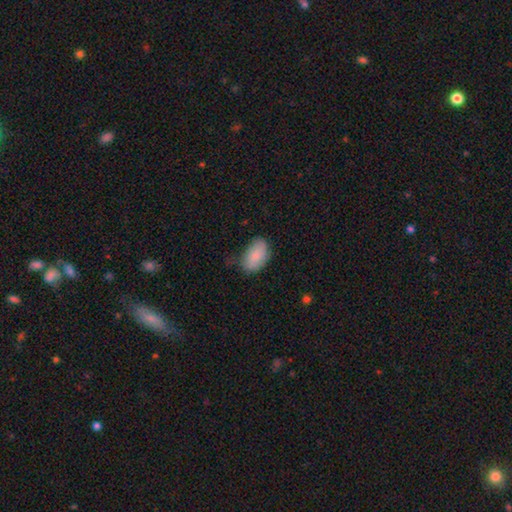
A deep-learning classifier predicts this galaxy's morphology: Smooth or featured? Predicted: smooth (p=0.84). How rounded? Predicted: in between (p=0.93). Merging? Predicted: none (p=0.57).